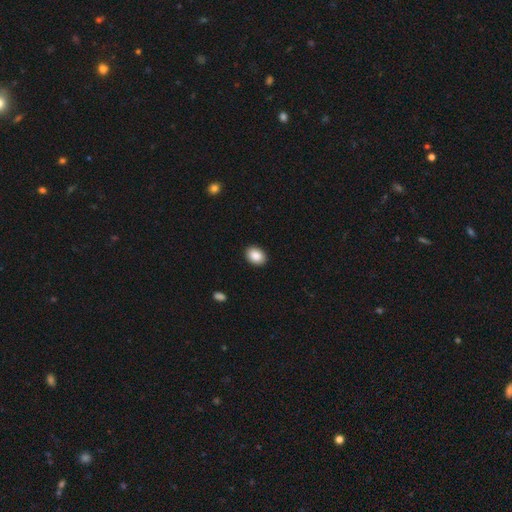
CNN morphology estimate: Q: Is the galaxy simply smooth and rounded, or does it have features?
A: smooth — 89%.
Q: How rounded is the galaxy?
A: in between — 71%.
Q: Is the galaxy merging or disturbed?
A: none — 90%.